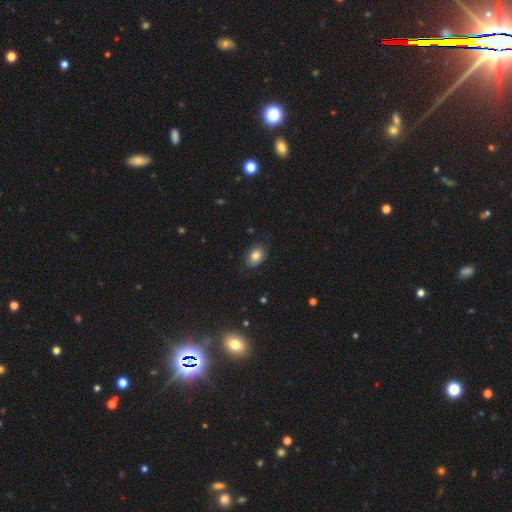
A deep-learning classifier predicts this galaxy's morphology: This appears to be a smooth galaxy with no disk features (80%) that is in between round and cigar-shaped (78%). Merging: none (81%).